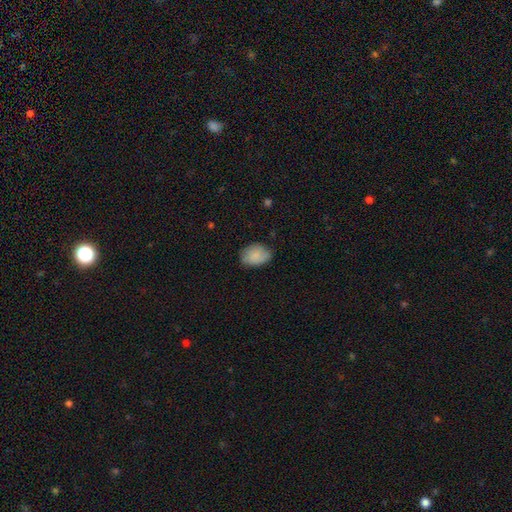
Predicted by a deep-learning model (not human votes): Smooth or featured: smooth — 83% (featured or disk — 10%)
How rounded: in between — 76% (round — 23%)
Merging: none — 73% (minor disturbance — 22%)